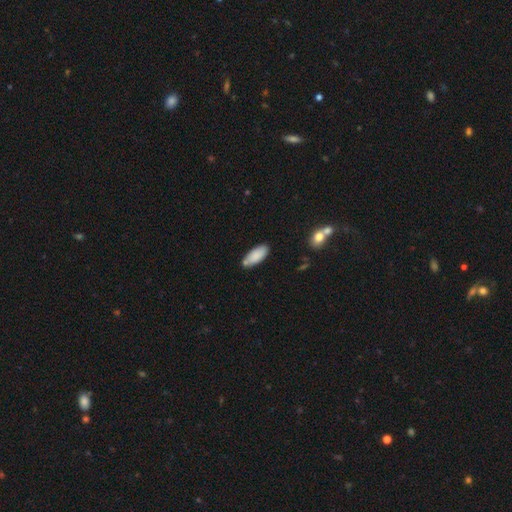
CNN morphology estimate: smooth-or-featured: smooth: 86% | featured or disk: 7% | star or artifact: 7%
  how-rounded: in between: 81% | cigar-shaped: 18% | round: 2%
  merging: none: 71% | minor disturbance: 17% | merger: 9% | major disturbance: 3%